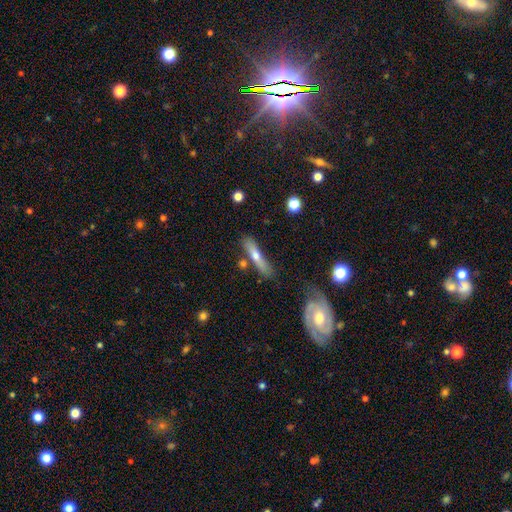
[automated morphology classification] Smooth or featured?
  - smooth: 54% *
  - featured or disk: 40%
  - star or artifact: 7%
How rounded?
  - cigar-shaped: 85% *
  - in between: 13%
  - round: 3%
Merging?
  - none: 67% *
  - minor disturbance: 17%
  - merger: 10%
  - major disturbance: 5%